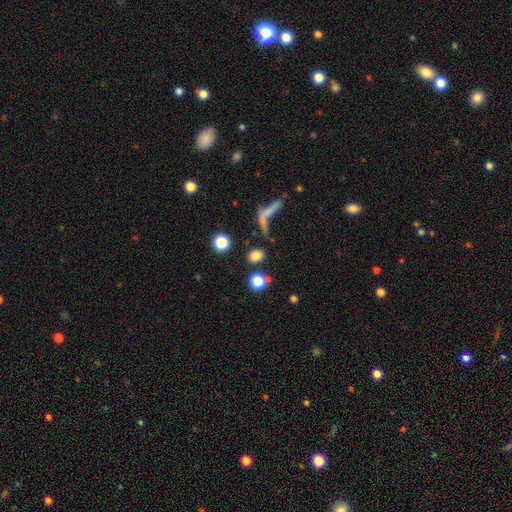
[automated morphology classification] Smooth or featured? smooth (80%)
How rounded? round (65%)
Merging? none (71%)